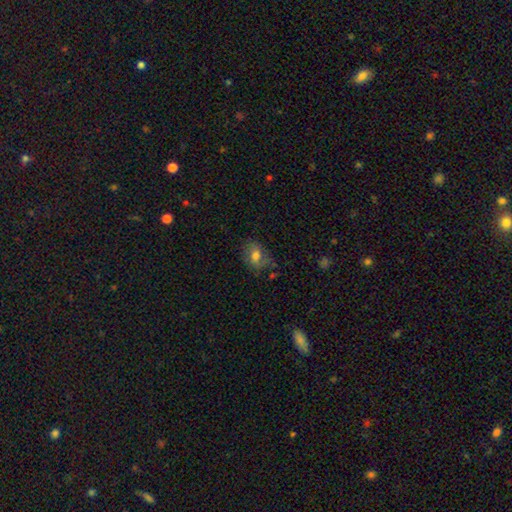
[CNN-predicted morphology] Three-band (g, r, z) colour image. It shows a smooth galaxy with no disk features (67%) that is in between round and cigar-shaped (70%). Merging: none (66%).